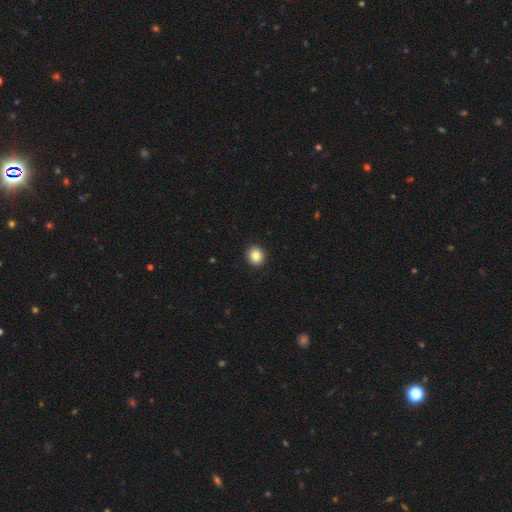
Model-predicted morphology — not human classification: Smooth or featured: smooth — 85% (star or artifact — 9%)
How rounded: round — 81% (in between — 18%)
Merging: none — 93% (minor disturbance — 5%)